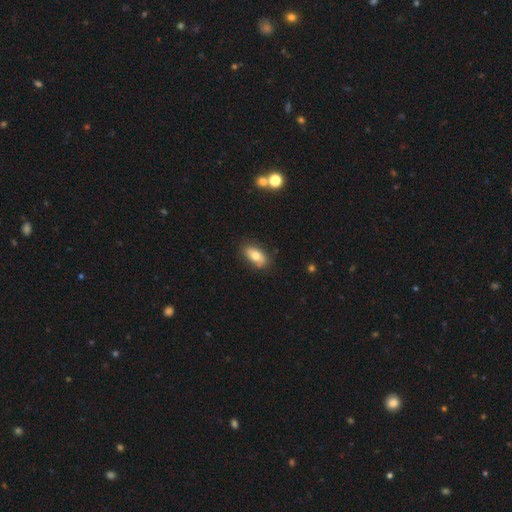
Volunteers were most divided on "smooth or featured": smooth: 74%, featured or disk: 21%, star or artifact: 5%. More confident: merging — none (86%); how rounded — in between (86%).